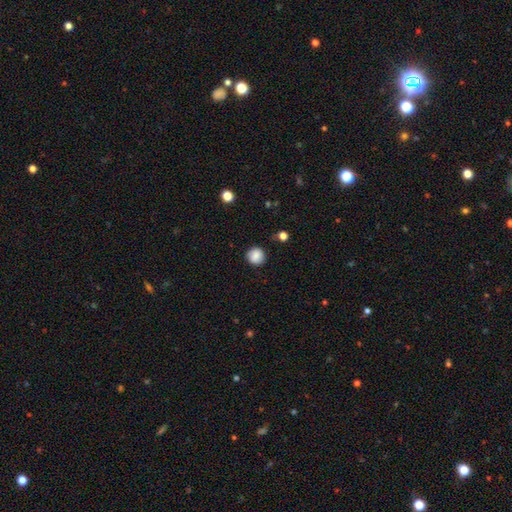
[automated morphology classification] smooth_or_featured: smooth (p=0.86) [alt: star or artifact p=0.09]
how_rounded: round (p=0.91) [alt: in between p=0.09]
merging: none (p=0.87) [alt: minor disturbance p=0.10]